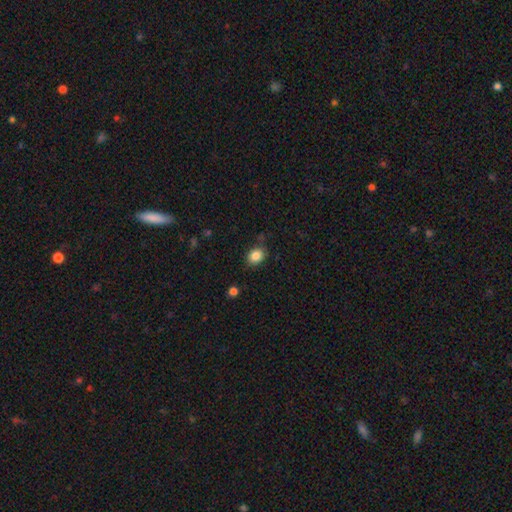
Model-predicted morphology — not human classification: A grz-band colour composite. It shows a smooth galaxy with no disk features (85%) that is in between round and cigar-shaped (53%). Merging: none (78%).